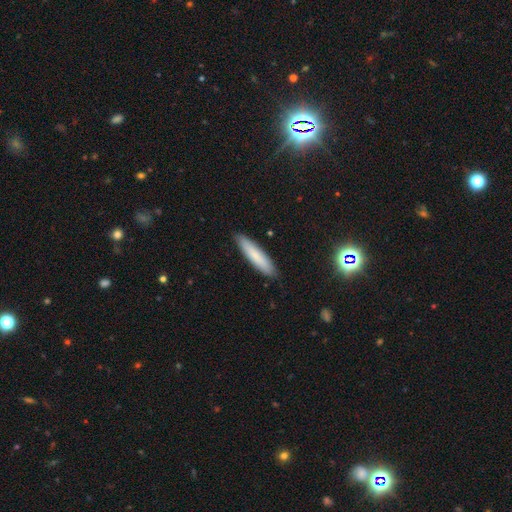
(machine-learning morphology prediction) This appears to be a smooth galaxy with no disk features (80%) that is cigar-shaped (81%). Merging: none (89%).